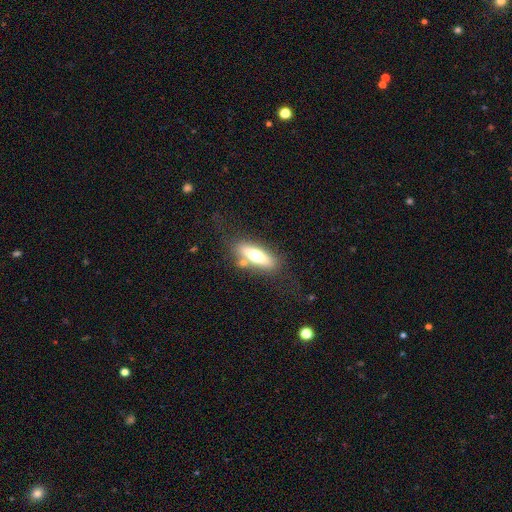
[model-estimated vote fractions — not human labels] smooth 55%, featured or disk 38%, star or artifact 7%. Down the decision tree: how rounded — in between (51%); merging — none (70%).